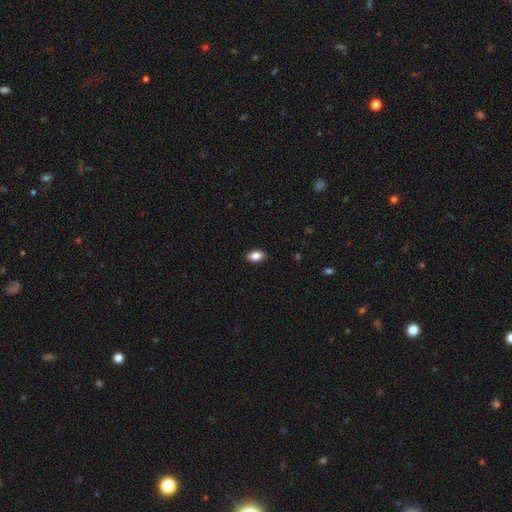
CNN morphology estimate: Smooth or featured? Predicted: smooth (p=0.87). How rounded? Predicted: in between (p=0.84). Merging? Predicted: none (p=0.90).